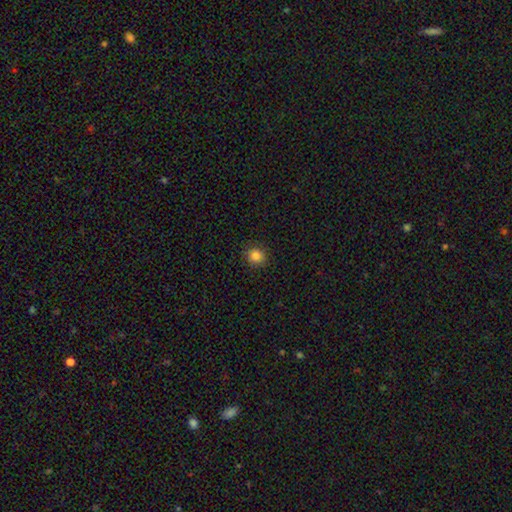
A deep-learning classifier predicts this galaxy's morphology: Q: Smooth or featured?
A: smooth (84%); runner-up: star or artifact (12%)
Q: How rounded?
A: round (88%); runner-up: in between (11%)
Q: Merging?
A: none (90%); runner-up: minor disturbance (7%)